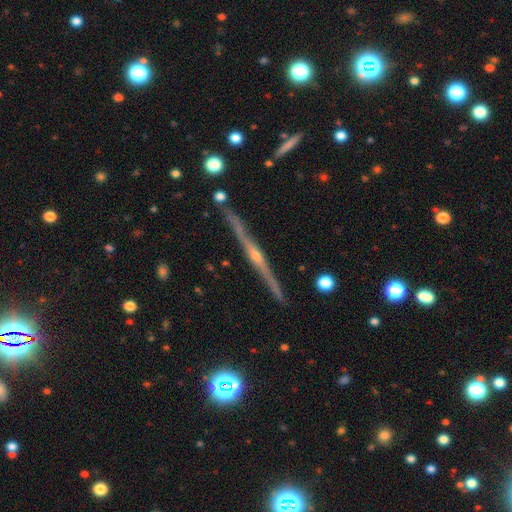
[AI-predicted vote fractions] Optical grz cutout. It shows a featured or disk galaxy (85%) viewed edge-on (98%) with a rounded central bulge (85%). Merging: none (86%).